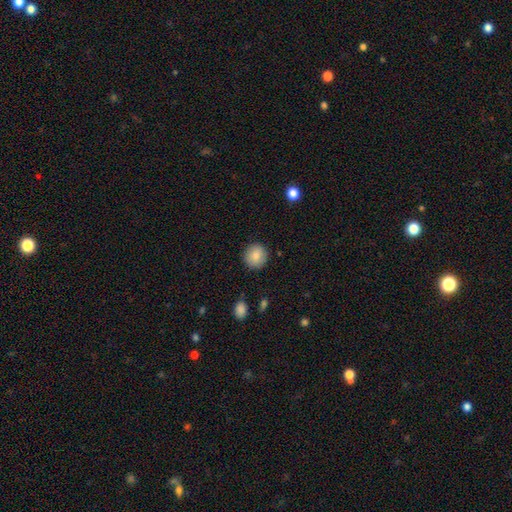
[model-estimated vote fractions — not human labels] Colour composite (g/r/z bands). It shows a smooth galaxy with no disk features (87%) that is round (92%). Merging: none (90%).